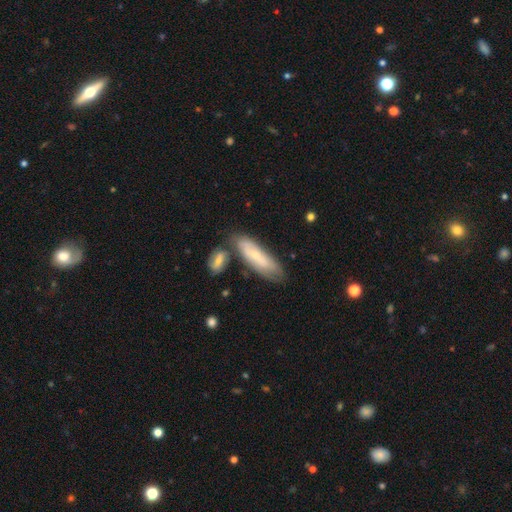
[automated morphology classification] smooth_or_featured: smooth (p=0.59) [alt: featured or disk p=0.35]
how_rounded: cigar-shaped (p=0.55) [alt: in between p=0.43]
merging: none (p=0.58) [alt: minor disturbance p=0.19]